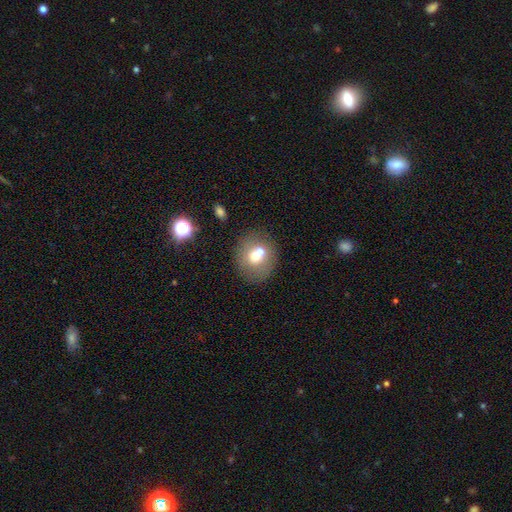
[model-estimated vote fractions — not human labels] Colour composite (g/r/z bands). It shows a smooth galaxy with no disk features (64%) that is round (79%). Merging: none (56%).